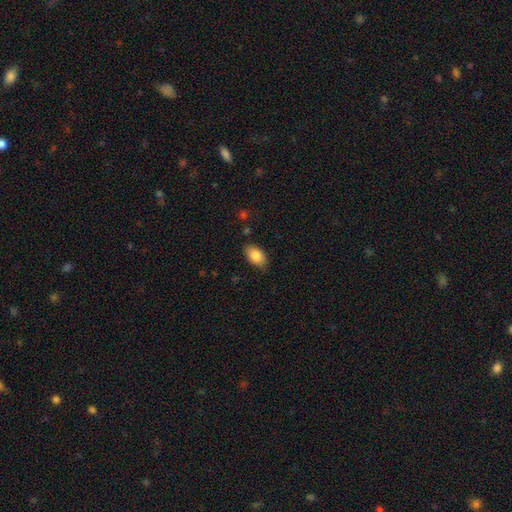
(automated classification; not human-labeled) A smooth galaxy with no disk features (85%) that is in between round and cigar-shaped (93%).

Vote fractions:
- Smooth or featured? smooth: 85% / featured or disk: 9% / star or artifact: 7%
- How rounded? in between: 93% / round: 6% / cigar-shaped: 2%
- Merging? none: 84% / minor disturbance: 13% / major disturbance: 2% / merger: 1%